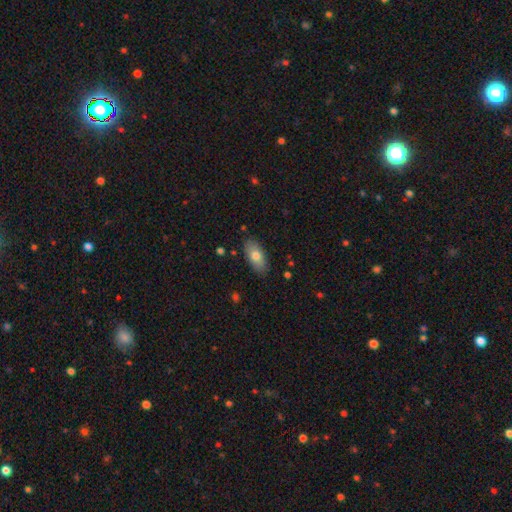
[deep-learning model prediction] smooth-or-featured: smooth: 75% | featured or disk: 18% | star or artifact: 7%
  how-rounded: in between: 90% | cigar-shaped: 6% | round: 4%
  merging: none: 85% | minor disturbance: 11% | major disturbance: 2% | merger: 1%